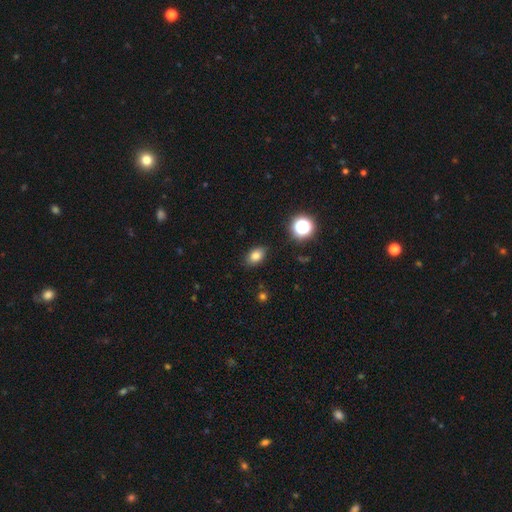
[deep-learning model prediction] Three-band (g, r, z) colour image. It shows a smooth galaxy with no disk features (80%) that is in between round and cigar-shaped (81%). Merging: none (86%).